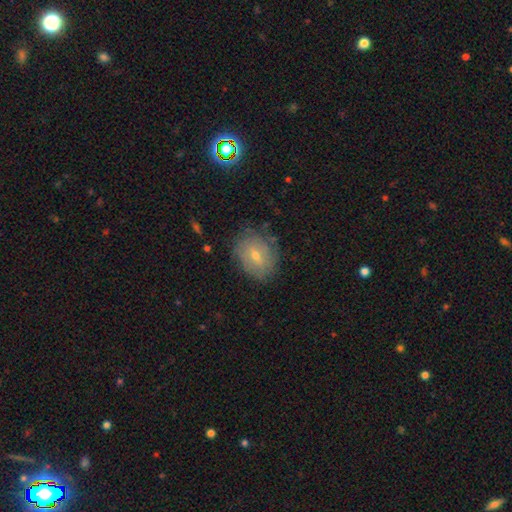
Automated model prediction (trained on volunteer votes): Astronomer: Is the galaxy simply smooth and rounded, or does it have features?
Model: smooth — 44% (runner-up: featured or disk, 42%).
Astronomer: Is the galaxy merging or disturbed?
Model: none — 78%.